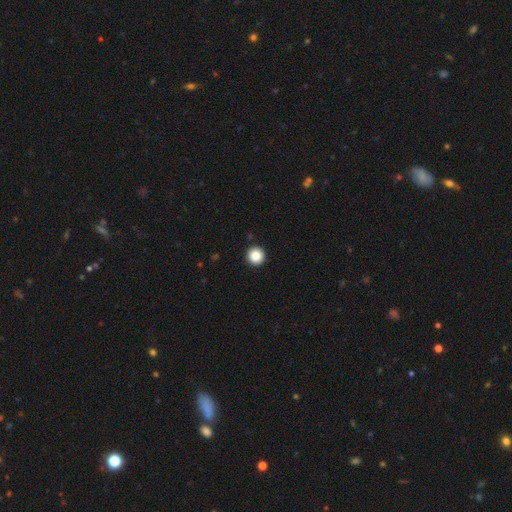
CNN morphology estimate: This is clearly a smooth galaxy (86%). How rounded: clearly round (96%). Merging: clearly none (93%).